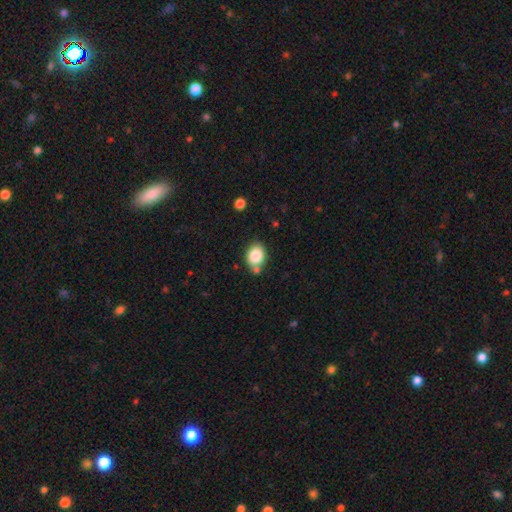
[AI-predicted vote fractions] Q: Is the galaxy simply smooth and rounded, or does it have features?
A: smooth — 85%.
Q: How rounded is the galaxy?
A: in between — 59%.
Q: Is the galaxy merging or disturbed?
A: none — 72%.